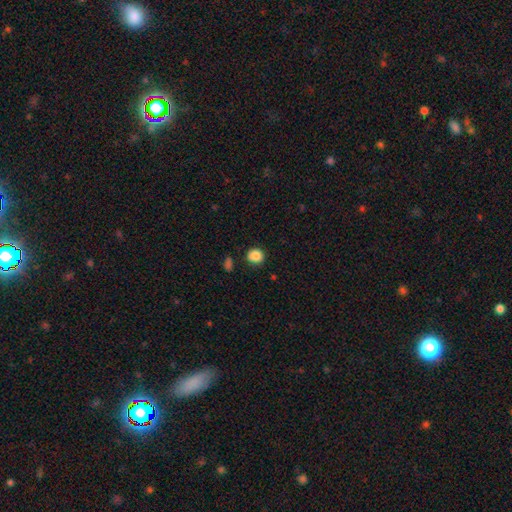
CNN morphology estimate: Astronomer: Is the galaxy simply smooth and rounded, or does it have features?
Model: smooth — 87%.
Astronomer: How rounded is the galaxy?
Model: round — 86%.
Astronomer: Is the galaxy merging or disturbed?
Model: none — 84%.